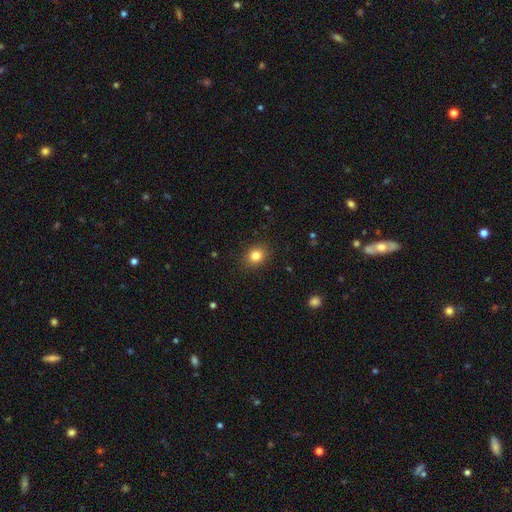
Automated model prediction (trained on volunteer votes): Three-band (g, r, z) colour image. It shows a smooth galaxy with no disk features (83%) that is round (61%). Merging: none (89%).